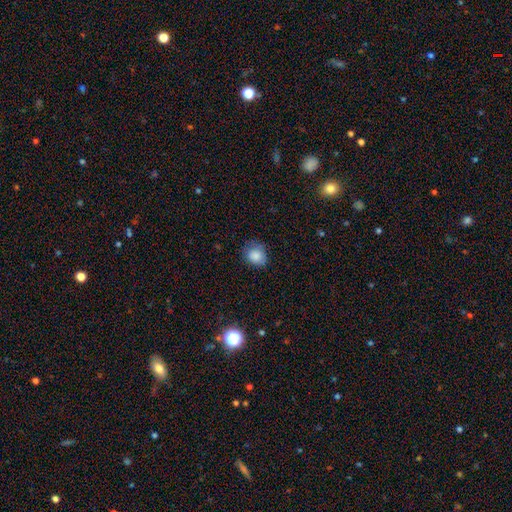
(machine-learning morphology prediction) Overall: smooth (85%). How rounded: round (71%). Merging: none (68%).